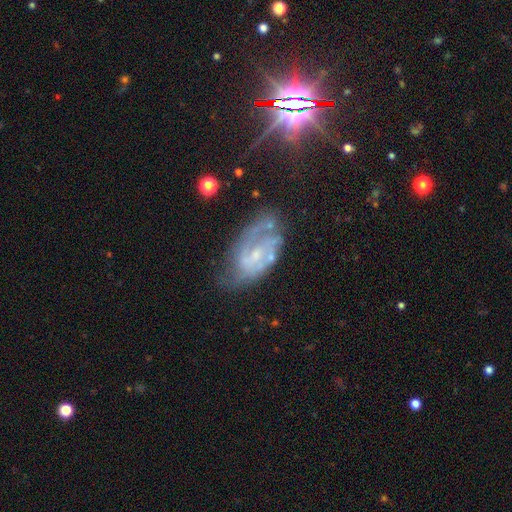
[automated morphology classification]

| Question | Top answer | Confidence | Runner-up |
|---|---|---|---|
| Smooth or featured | featured or disk | 74% | smooth (16%) |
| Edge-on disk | no | 96% | yes (4%) |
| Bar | no | 54% | weak (38%) |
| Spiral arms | yes | 80% | no (20%) |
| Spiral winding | medium | 42% | tight (39%) |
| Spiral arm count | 2 | 41% | can't tell (34%) |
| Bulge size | small | 58% | moderate (23%) |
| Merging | none | 49% | minor disturbance (27%) |